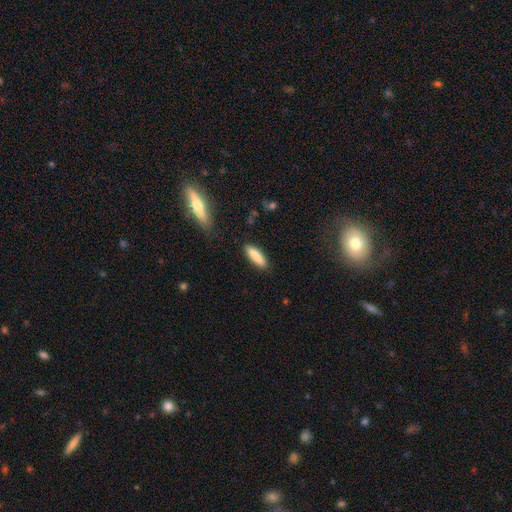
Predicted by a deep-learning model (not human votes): A smooth galaxy with no disk features (86%) that is cigar-shaped (60%). Merging: none (87%).